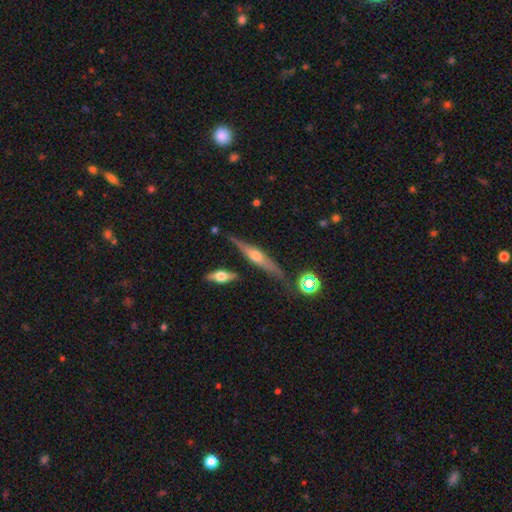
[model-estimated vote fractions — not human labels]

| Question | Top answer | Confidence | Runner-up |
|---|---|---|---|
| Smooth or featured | featured or disk | 73% | smooth (19%) |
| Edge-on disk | yes | 94% | no (6%) |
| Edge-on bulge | rounded | 89% | boxy (6%) |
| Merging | none | 75% | minor disturbance (15%) |